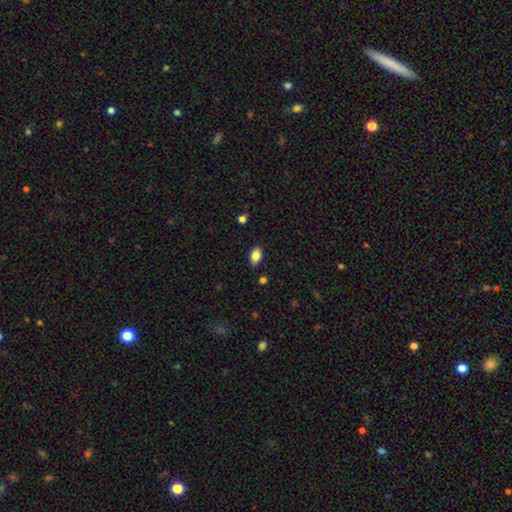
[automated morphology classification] Smooth or featured: smooth — 85% (star or artifact — 8%)
How rounded: in between — 91% (round — 6%)
Merging: none — 87% (minor disturbance — 10%)